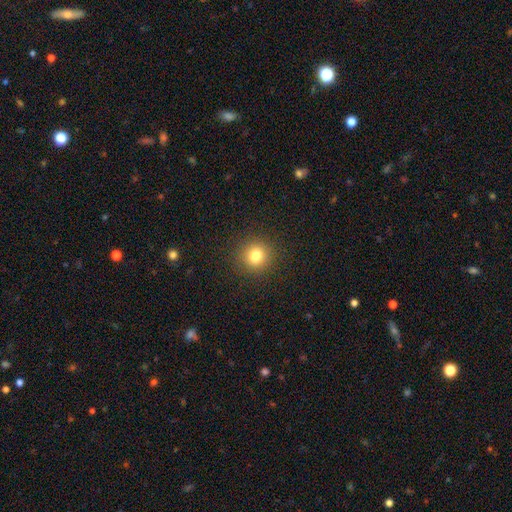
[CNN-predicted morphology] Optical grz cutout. It shows a smooth galaxy with no disk features (79%) that is round (90%). Merging: none (91%).